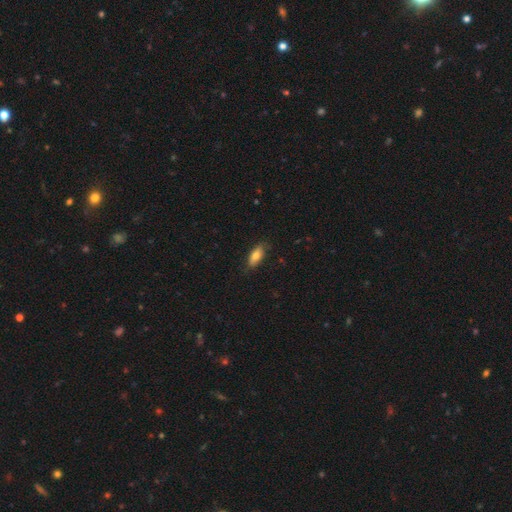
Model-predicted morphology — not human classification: This is likely a smooth galaxy (76%). How rounded: likely in between (79%). Merging: likely none (80%).